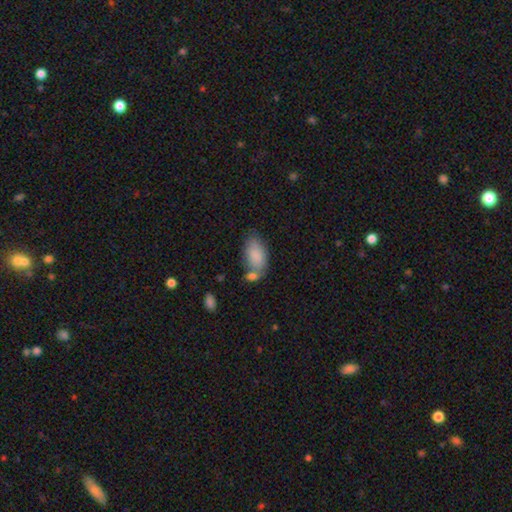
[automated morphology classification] The model was most divided on "merging": none: 52%, merger: 21%, minor disturbance: 20%, major disturbance: 6%. More confident: how rounded — in between (93%); smooth or featured — smooth (85%).